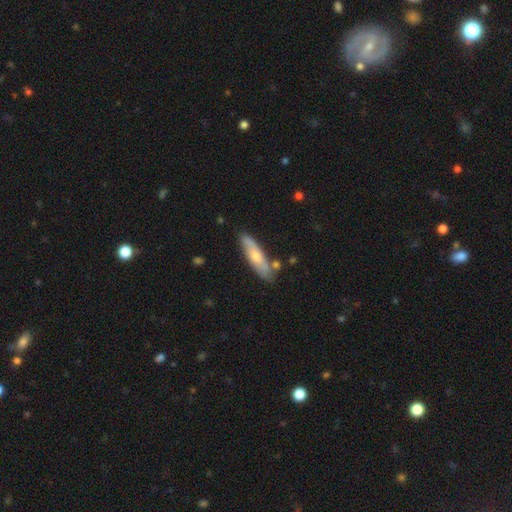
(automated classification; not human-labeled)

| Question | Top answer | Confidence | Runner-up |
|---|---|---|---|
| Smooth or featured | smooth | 51% | featured or disk (43%) |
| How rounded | cigar-shaped | 67% | in between (31%) |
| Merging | none | 75% | minor disturbance (16%) |